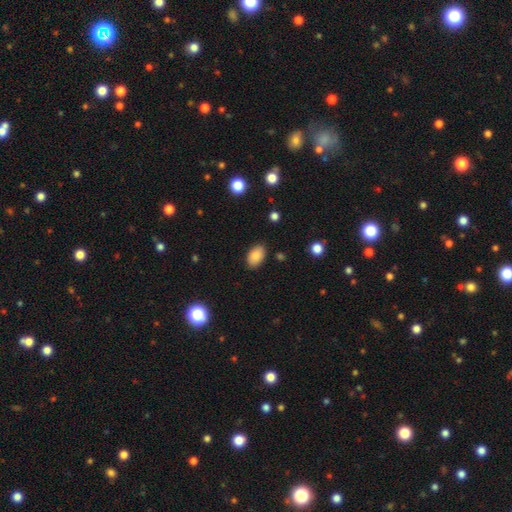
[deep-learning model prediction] This appears to be a smooth galaxy with no disk features (86%) that is in between round and cigar-shaped (91%). Merging: none (85%).